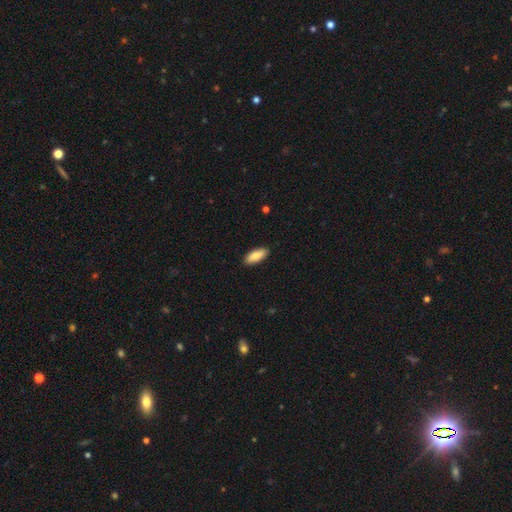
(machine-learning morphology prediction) Smooth or featured?
  - smooth: 84% *
  - featured or disk: 11%
  - star or artifact: 6%
How rounded?
  - in between: 77% *
  - cigar-shaped: 21%
  - round: 2%
Merging?
  - none: 89% *
  - minor disturbance: 9%
  - major disturbance: 2%
  - merger: 1%